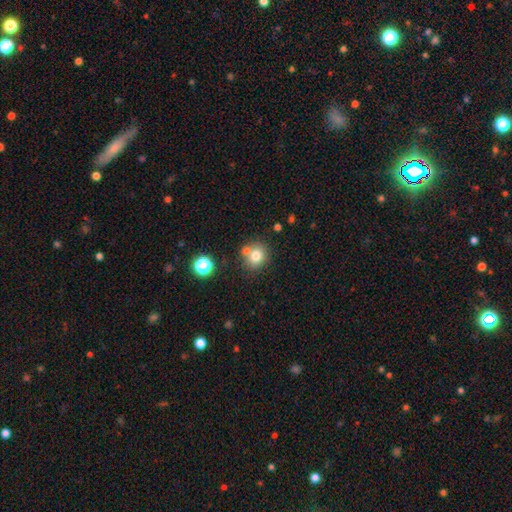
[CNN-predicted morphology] Smooth or featured? smooth (76%)
How rounded? round (82%)
Merging? none (63%)